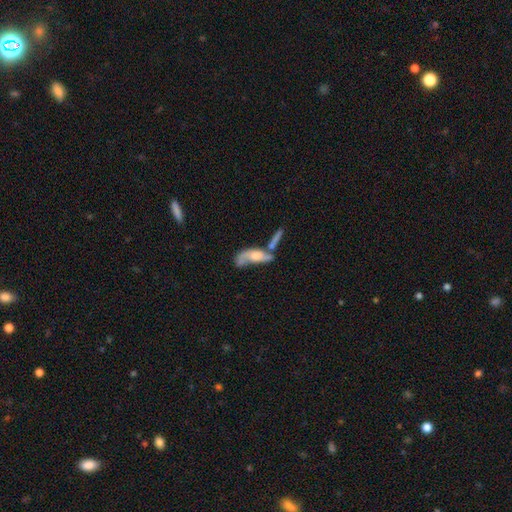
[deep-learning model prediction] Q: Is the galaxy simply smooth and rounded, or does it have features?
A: featured or disk — 57%.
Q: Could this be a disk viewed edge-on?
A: no — 75%.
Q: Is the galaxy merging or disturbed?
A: merger — 39%.